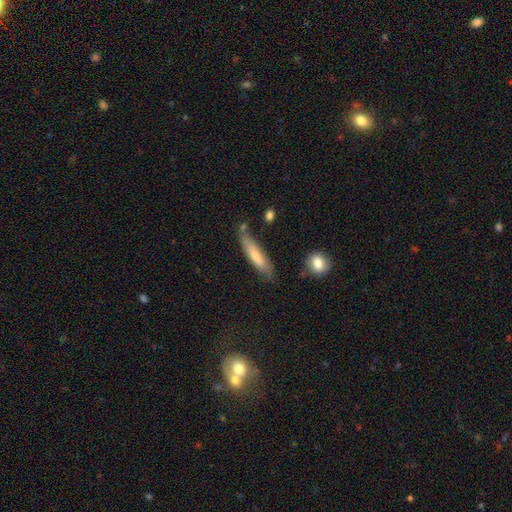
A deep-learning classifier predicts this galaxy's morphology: The model was most divided on "smooth or featured": smooth: 67%, featured or disk: 27%, star or artifact: 6%. More confident: how rounded — cigar-shaped (80%); merging — none (70%).